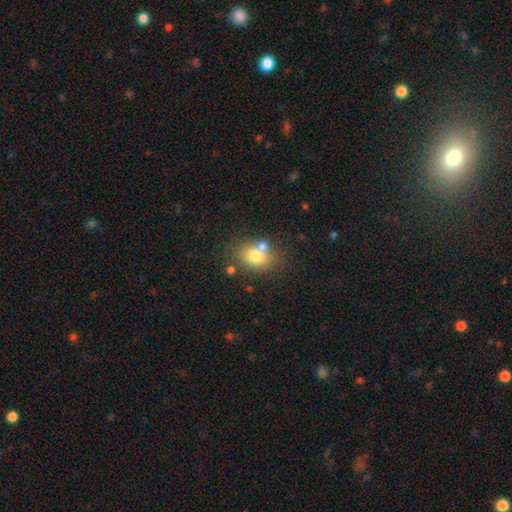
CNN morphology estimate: This appears to be a smooth galaxy with no disk features (74%) that is in between round and cigar-shaped (56%). Merging: none (59%).